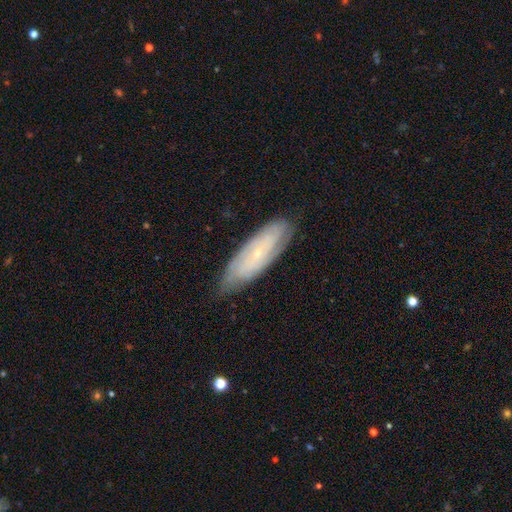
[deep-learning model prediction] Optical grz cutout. It shows a featured or disk galaxy (58%). Merging: none (80%).